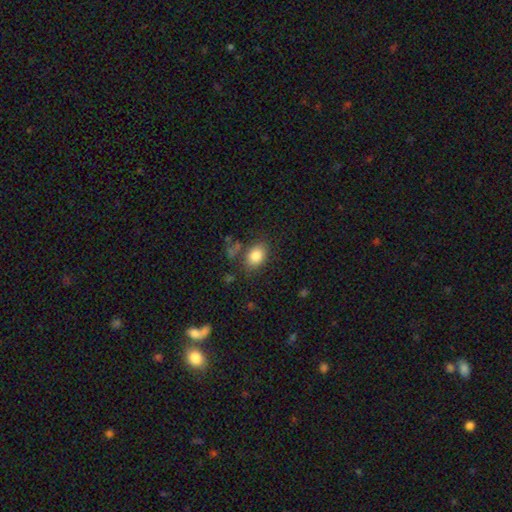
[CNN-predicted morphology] Smooth or featured? Predicted: smooth (p=0.83). How rounded? Predicted: in between (p=0.73). Merging? Predicted: none (p=0.73).